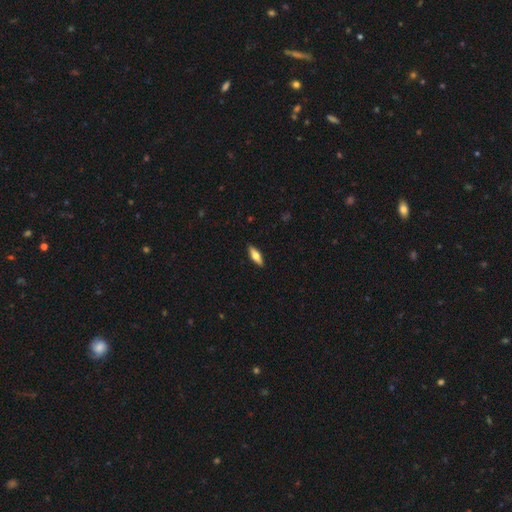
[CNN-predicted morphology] A smooth galaxy with no disk features (56%) that is in between round and cigar-shaped (54%).

Vote fractions:
- Smooth or featured? smooth: 56% / featured or disk: 38% / star or artifact: 6%
- How rounded? in between: 54% / cigar-shaped: 43% / round: 3%
- Merging? none: 90% / minor disturbance: 7% / major disturbance: 2% / merger: 1%